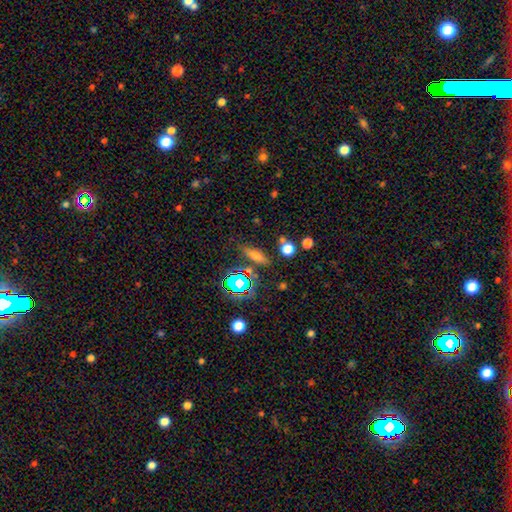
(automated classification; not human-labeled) A smooth galaxy with no disk features (53%) that is in between round and cigar-shaped (46%). Merging: none (78%).